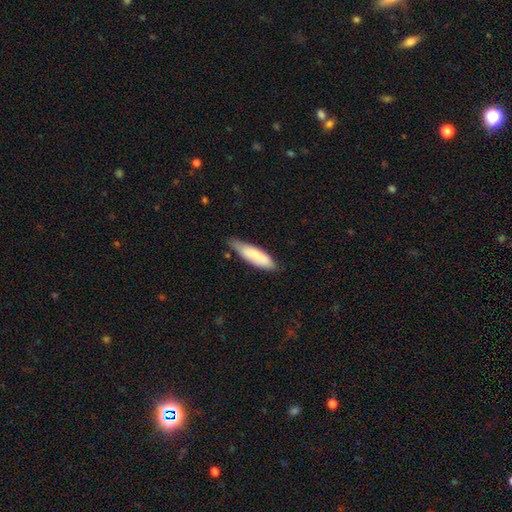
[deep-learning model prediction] smooth_or_featured: smooth (p=0.79) [alt: featured or disk p=0.15]
how_rounded: cigar-shaped (p=0.56) [alt: in between p=0.43]
merging: none (p=0.65) [alt: minor disturbance p=0.29]